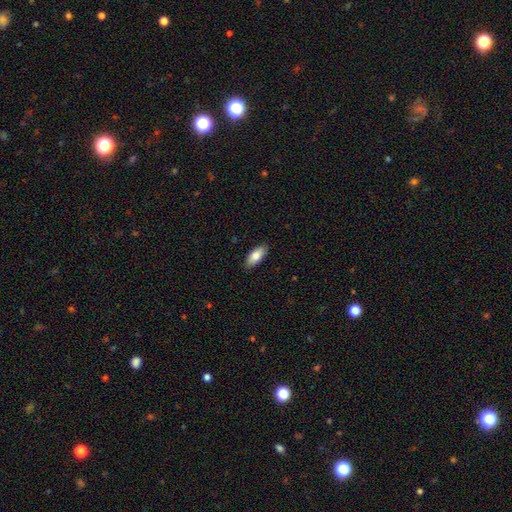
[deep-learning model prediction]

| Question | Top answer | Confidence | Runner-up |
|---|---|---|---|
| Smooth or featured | smooth | 83% | featured or disk (11%) |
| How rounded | in between | 86% | cigar-shaped (12%) |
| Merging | none | 87% | minor disturbance (10%) |